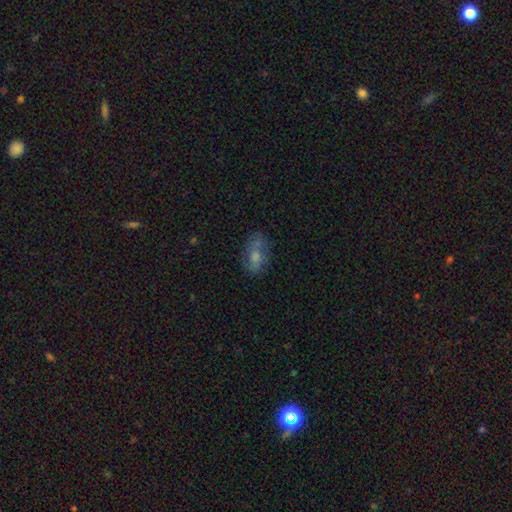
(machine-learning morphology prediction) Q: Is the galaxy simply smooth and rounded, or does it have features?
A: smooth — 54%.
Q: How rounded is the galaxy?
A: in between — 84%.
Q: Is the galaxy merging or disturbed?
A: none — 63%.